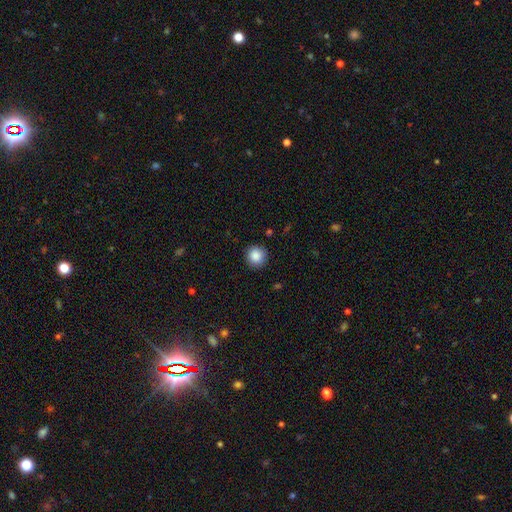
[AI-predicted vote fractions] Smooth or featured? Predicted: smooth (p=0.87). How rounded? Predicted: round (p=0.93). Merging? Predicted: none (p=0.89).